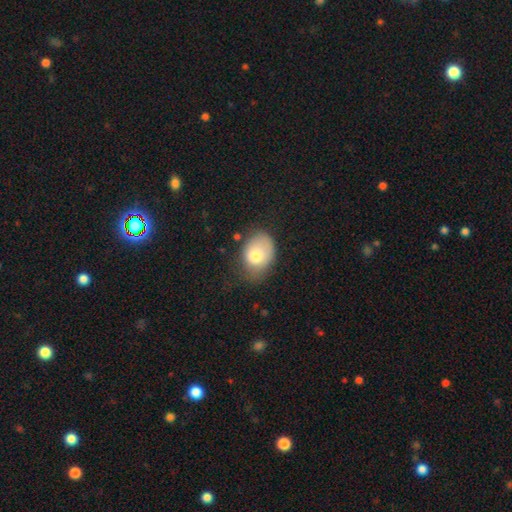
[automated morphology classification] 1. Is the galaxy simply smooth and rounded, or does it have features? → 76% smooth, 16% featured or disk, 8% star or artifact.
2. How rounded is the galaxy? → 64% in between, 35% round, 1% cigar-shaped.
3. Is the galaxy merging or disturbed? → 48% none, 35% minor disturbance, 14% major disturbance, 3% merger.